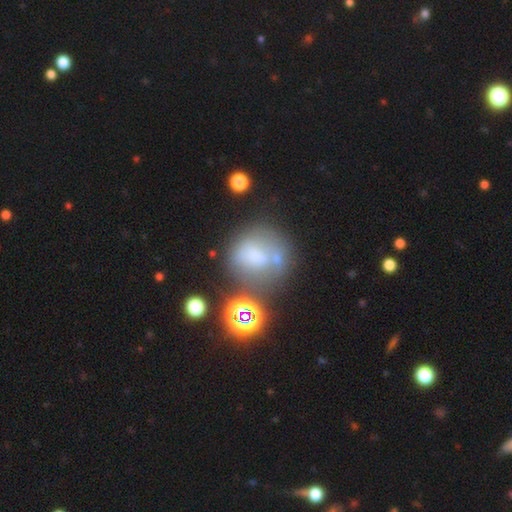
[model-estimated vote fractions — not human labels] This is possibly a smooth galaxy (53%). How rounded: likely round (75%). Merging: possibly none (46%).